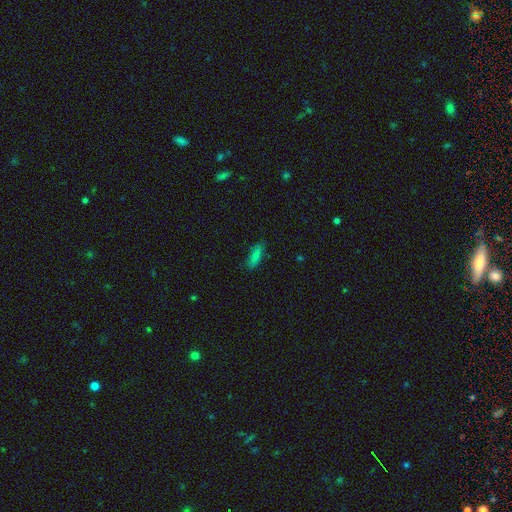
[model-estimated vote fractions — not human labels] Smooth or featured?
  - smooth: 82% *
  - star or artifact: 10%
  - featured or disk: 8%
How rounded?
  - in between: 59% *
  - cigar-shaped: 39%
  - round: 2%
Merging?
  - none: 81% *
  - minor disturbance: 15%
  - major disturbance: 3%
  - merger: 1%